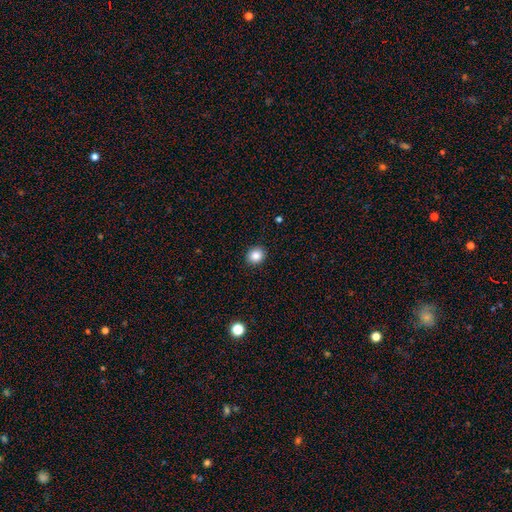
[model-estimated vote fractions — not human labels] Smooth or featured: smooth — 85% (star or artifact — 10%)
How rounded: round — 79% (in between — 20%)
Merging: none — 91% (minor disturbance — 6%)